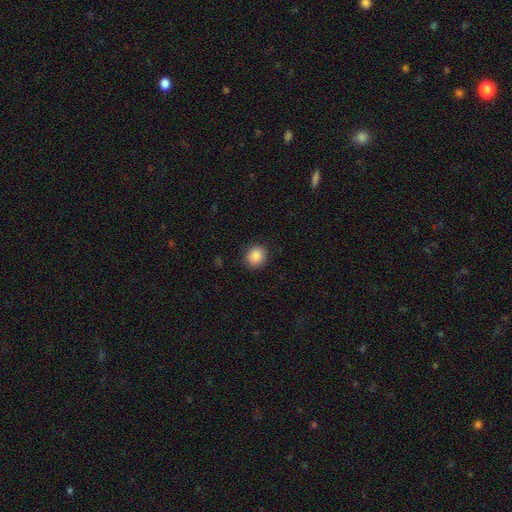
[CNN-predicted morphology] This is clearly a smooth galaxy (88%). How rounded: clearly round (84%). Merging: clearly none (89%).